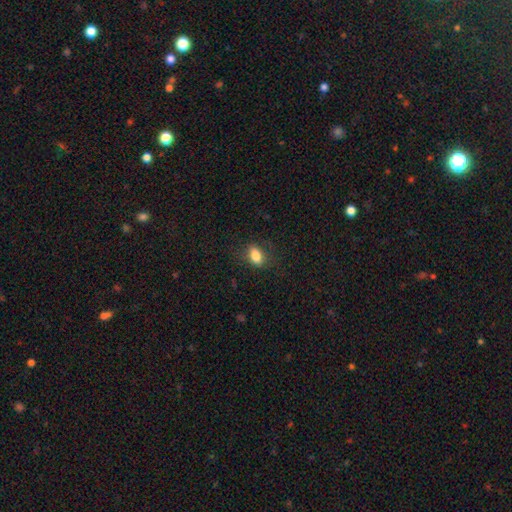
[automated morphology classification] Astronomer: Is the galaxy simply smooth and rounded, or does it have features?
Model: smooth — 82%.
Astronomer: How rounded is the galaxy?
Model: in between — 84%.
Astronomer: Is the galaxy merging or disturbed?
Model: none — 79%.